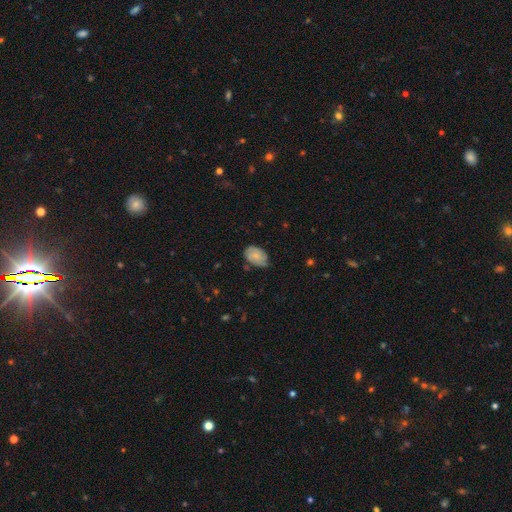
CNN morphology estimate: smooth 49%, featured or disk 43%, star or artifact 8%. Down the decision tree: merging — none (64%).